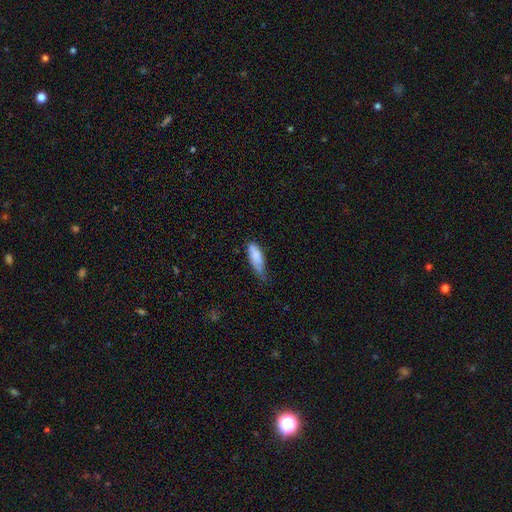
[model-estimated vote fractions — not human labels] Smooth or featured?
  - smooth: 83% *
  - featured or disk: 10%
  - star or artifact: 7%
How rounded?
  - in between: 63% *
  - cigar-shaped: 35%
  - round: 2%
Merging?
  - minor disturbance: 48% *
  - none: 37%
  - major disturbance: 12%
  - merger: 3%